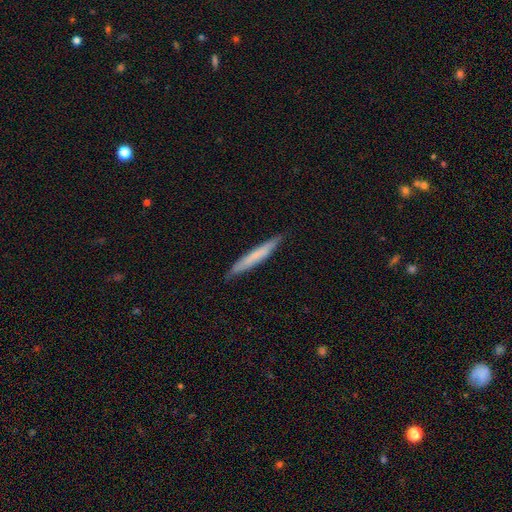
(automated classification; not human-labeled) This appears to be a smooth galaxy with no disk features (65%) that is cigar-shaped (96%). Merging: none (87%).